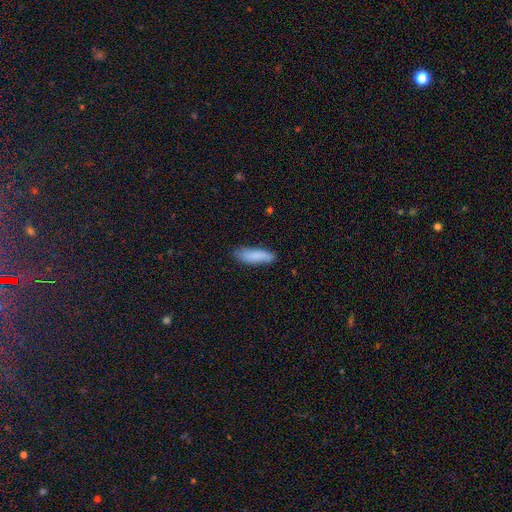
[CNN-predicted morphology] smooth-or-featured: smooth: 86% | featured or disk: 8% | star or artifact: 6%
  how-rounded: cigar-shaped: 60% | in between: 38% | round: 1%
  merging: none: 79% | minor disturbance: 17% | major disturbance: 3% | merger: 1%